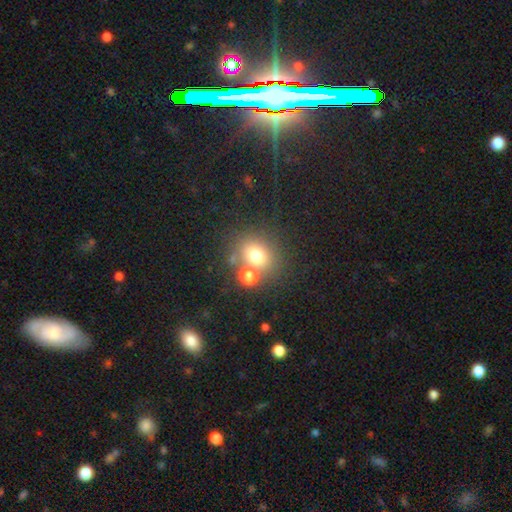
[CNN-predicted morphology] smooth_or_featured: smooth (p=0.70) [alt: star or artifact p=0.17]
how_rounded: round (p=0.72) [alt: in between p=0.27]
merging: none (p=0.60) [alt: merger p=0.24]